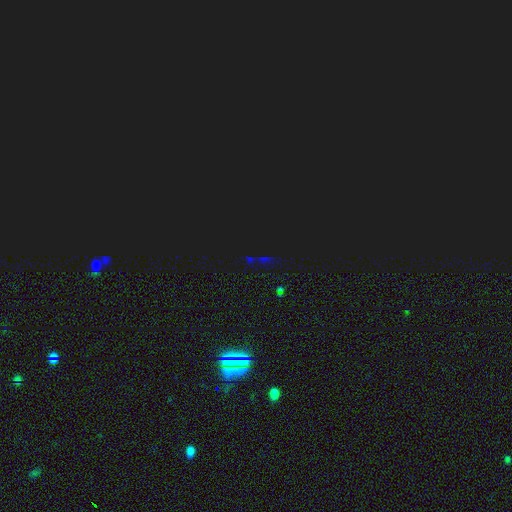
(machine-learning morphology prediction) star or artifact 74%, smooth 15%, featured or disk 10%.